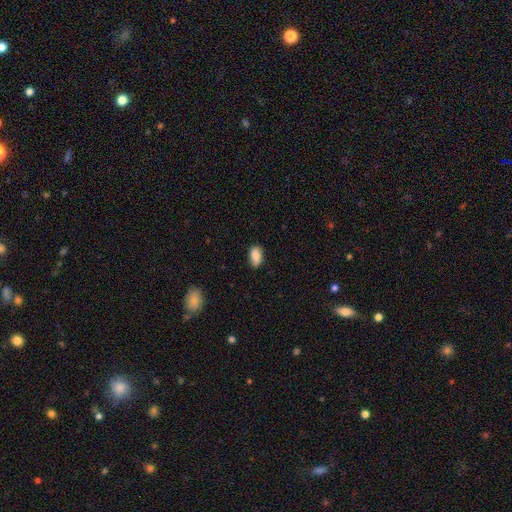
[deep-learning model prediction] smooth-or-featured: smooth: 88% | star or artifact: 7% | featured or disk: 5%
  how-rounded: in between: 92% | round: 4% | cigar-shaped: 4%
  merging: none: 80% | minor disturbance: 16% | major disturbance: 3% | merger: 1%